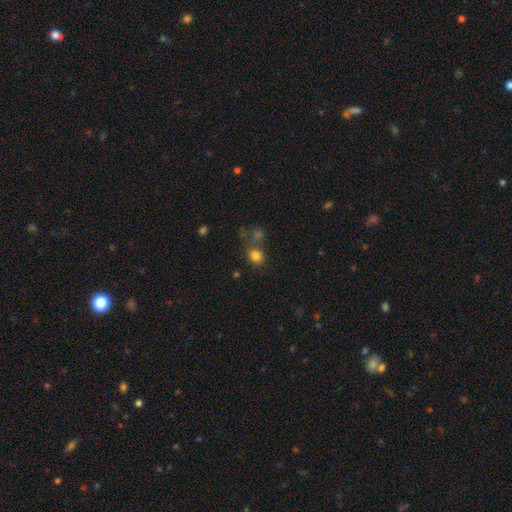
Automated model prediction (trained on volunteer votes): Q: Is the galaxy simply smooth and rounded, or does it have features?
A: smooth — 79%.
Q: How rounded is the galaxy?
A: round — 80%.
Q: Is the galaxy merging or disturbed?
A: none — 62%.